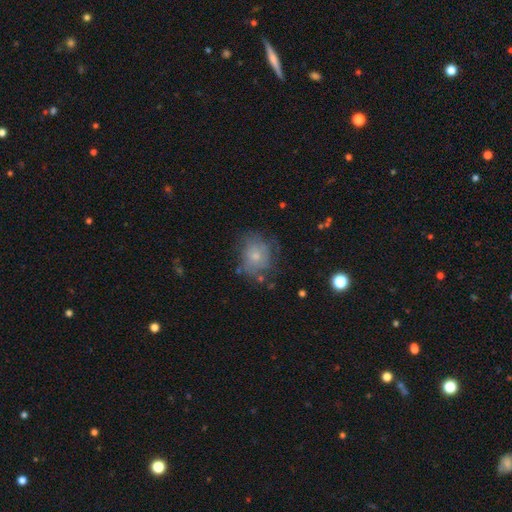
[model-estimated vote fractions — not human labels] smooth 57%, featured or disk 32%, star or artifact 11%. Down the decision tree: how rounded — round (65%); merging — none (57%).